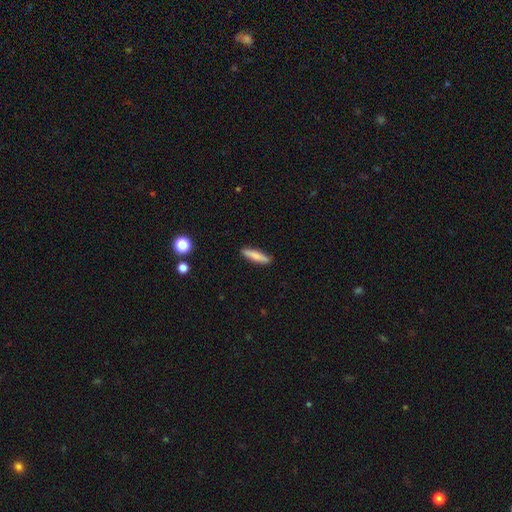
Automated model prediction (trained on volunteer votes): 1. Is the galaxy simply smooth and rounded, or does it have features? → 79% smooth, 15% featured or disk, 6% star or artifact.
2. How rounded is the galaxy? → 85% cigar-shaped, 14% in between, 2% round.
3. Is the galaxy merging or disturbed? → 89% none, 8% minor disturbance, 2% major disturbance, 1% merger.